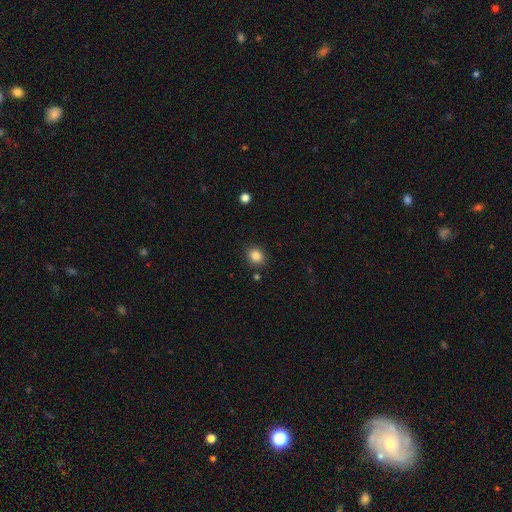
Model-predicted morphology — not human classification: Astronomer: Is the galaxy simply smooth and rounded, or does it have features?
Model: smooth — 85%.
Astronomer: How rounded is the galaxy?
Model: round — 67%.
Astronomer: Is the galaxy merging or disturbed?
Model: none — 86%.